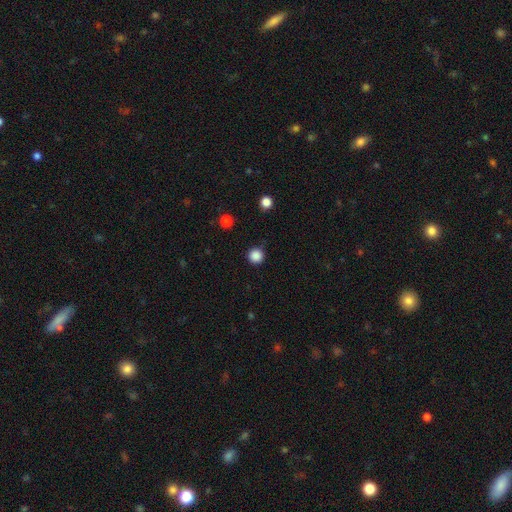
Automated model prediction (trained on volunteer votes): smooth-or-featured: smooth: 86% | star or artifact: 11% | featured or disk: 2%
  how-rounded: round: 96% | in between: 3% | cigar-shaped: 1%
  merging: none: 90% | minor disturbance: 7% | major disturbance: 2% | merger: 1%